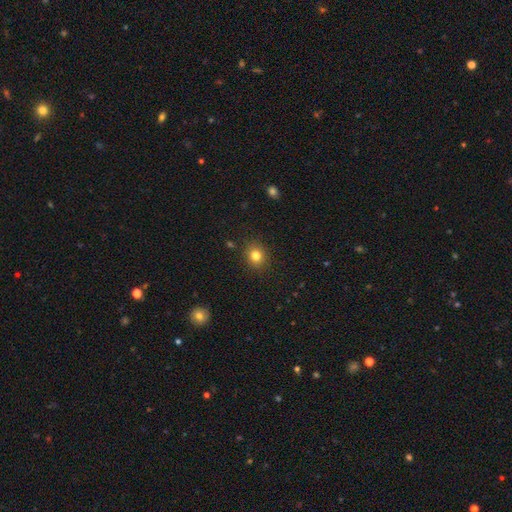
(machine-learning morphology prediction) The model was most divided on "how rounded": round: 73%, in between: 26%, cigar-shaped: 1%. More confident: merging — none (88%); smooth or featured — smooth (81%).